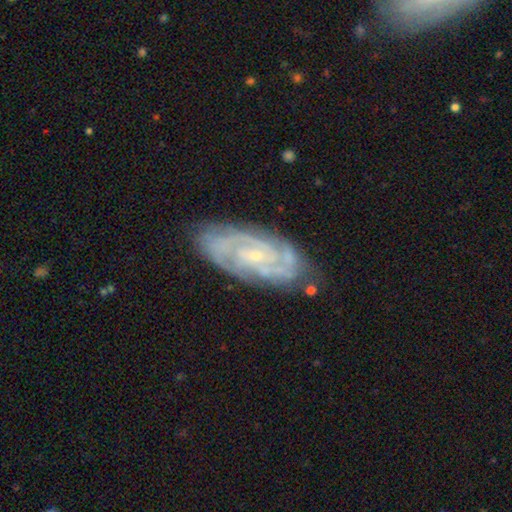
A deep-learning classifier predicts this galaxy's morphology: smooth_or_featured: featured or disk (p=0.86) [alt: smooth p=0.08]
disk_edge_on: no (p=0.94) [alt: yes p=0.06]
bar: no (p=0.62) [alt: weak p=0.30]
has_spiral_arms: yes (p=0.97) [alt: no p=0.03]
spiral_winding: tight (p=0.68) [alt: medium p=0.27]
spiral_arm_count: can't tell (p=0.24) [tied with: 2 p=0.24]
bulge_size: small (p=0.79) [alt: moderate p=0.16]
merging: none (p=0.80) [alt: minor disturbance p=0.15]